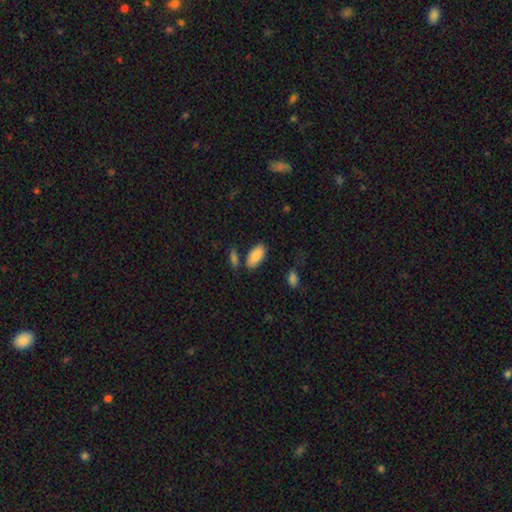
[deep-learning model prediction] A smooth galaxy with no disk features (88%) that is in between round and cigar-shaped (91%). Merging: none (76%).